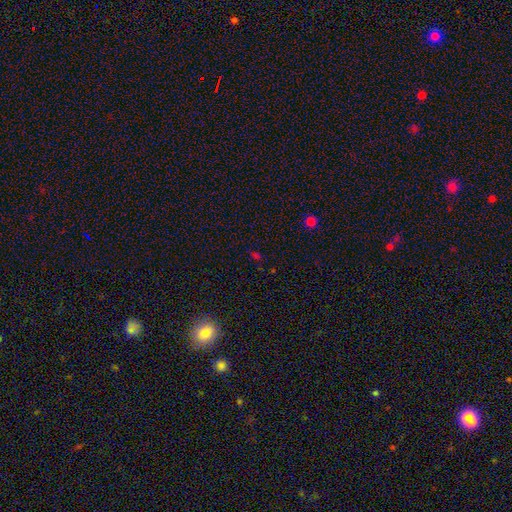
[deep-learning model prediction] A star or artifact, not a galaxy (54%).